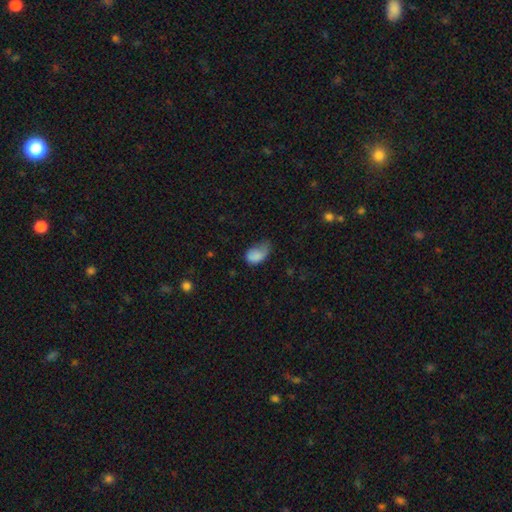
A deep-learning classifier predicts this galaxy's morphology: A smooth galaxy with no disk features (83%) that is in between round and cigar-shaped (88%). Merging: minor disturbance (45%).